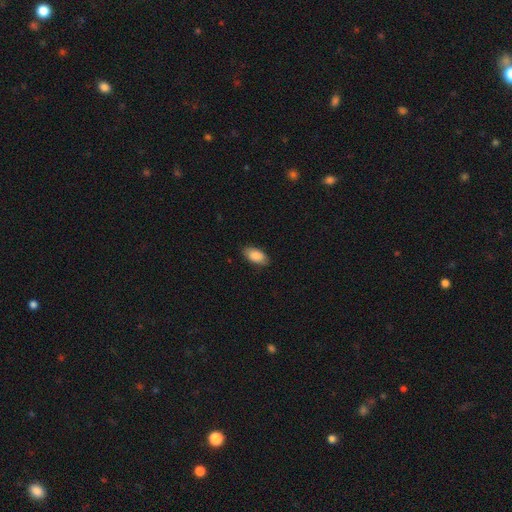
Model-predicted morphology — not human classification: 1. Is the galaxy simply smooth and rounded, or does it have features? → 88% smooth, 6% featured or disk, 6% star or artifact.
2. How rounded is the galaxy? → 94% in between, 4% cigar-shaped, 2% round.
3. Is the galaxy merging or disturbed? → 84% none, 12% minor disturbance, 2% major disturbance, 1% merger.